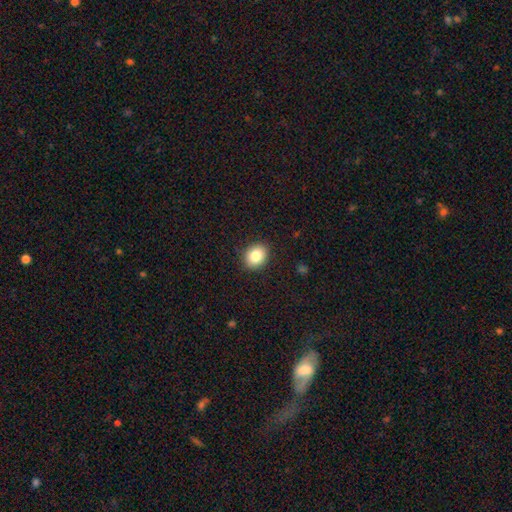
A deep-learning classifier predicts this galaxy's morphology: smooth-or-featured: smooth: 84% | star or artifact: 9% | featured or disk: 8%
  how-rounded: round: 52% | in between: 47% | cigar-shaped: 1%
  merging: none: 89% | minor disturbance: 7% | major disturbance: 2% | merger: 1%